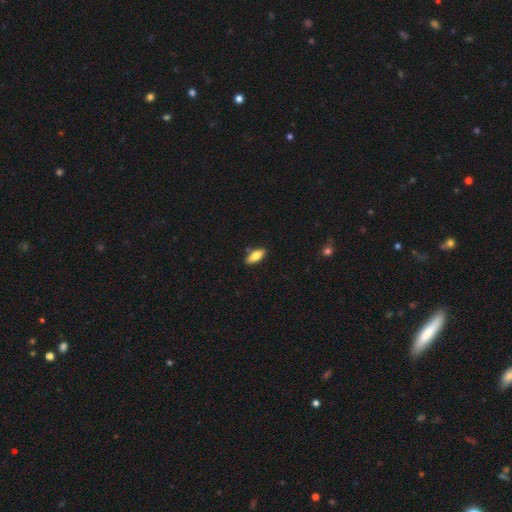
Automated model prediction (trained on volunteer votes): A smooth galaxy with no disk features (75%) that is in between round and cigar-shaped (79%).

Vote fractions:
- Smooth or featured? smooth: 75% / featured or disk: 19% / star or artifact: 6%
- How rounded? in between: 79% / cigar-shaped: 19% / round: 2%
- Merging? none: 84% / minor disturbance: 11% / merger: 3% / major disturbance: 2%